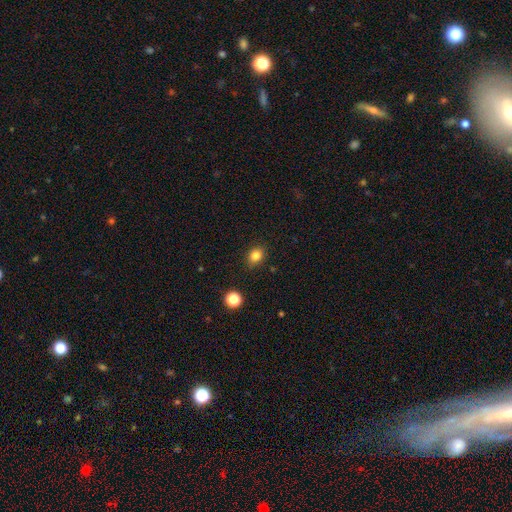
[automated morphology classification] Smooth or featured? smooth (83%)
How rounded? round (57%)
Merging? none (86%)